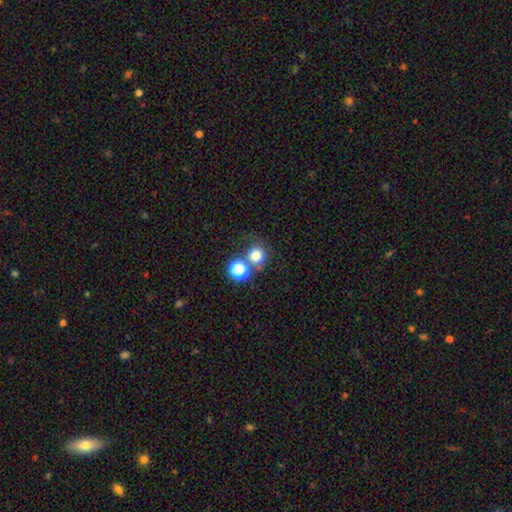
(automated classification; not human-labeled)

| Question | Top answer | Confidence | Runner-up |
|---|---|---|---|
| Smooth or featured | smooth | 75% | star or artifact (15%) |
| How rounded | round | 89% | in between (10%) |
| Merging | none | 56% | merger (30%) |